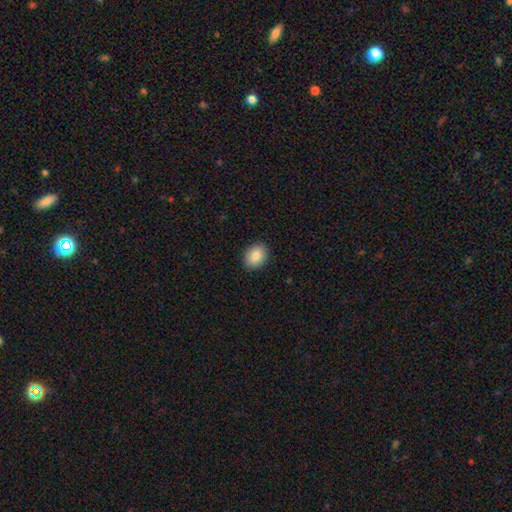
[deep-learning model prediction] smooth_or_featured: smooth (p=0.84) [alt: featured or disk p=0.08]
how_rounded: in between (p=0.61) [alt: round p=0.38]
merging: none (p=0.90) [alt: minor disturbance p=0.07]